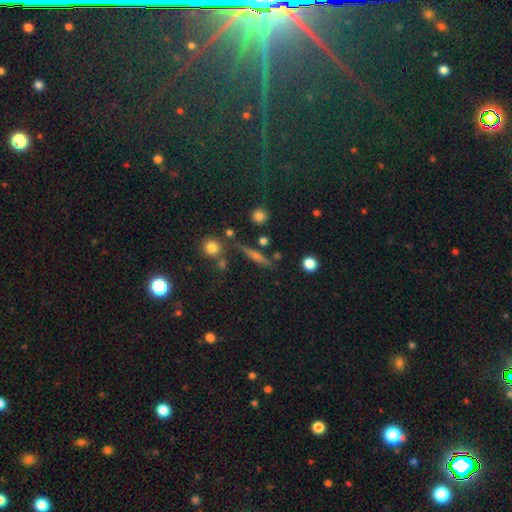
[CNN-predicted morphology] A featured or disk galaxy (46%).

Vote fractions:
- Smooth or featured? featured or disk: 46% / smooth: 38% / star or artifact: 16%
- Merging? none: 81% / minor disturbance: 10% / merger: 5% / major disturbance: 3%